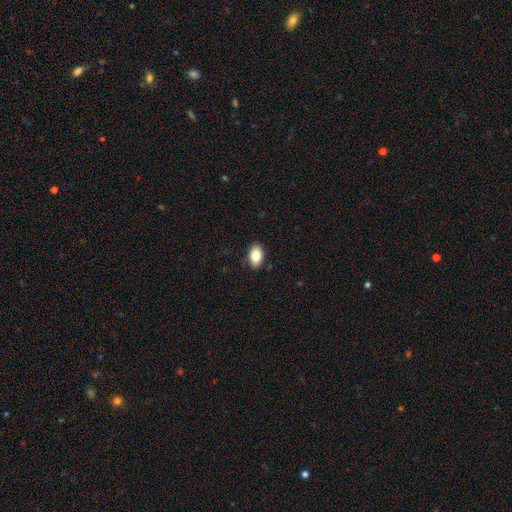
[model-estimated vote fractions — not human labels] Q: Smooth or featured?
A: smooth (83%); runner-up: featured or disk (9%)
Q: How rounded?
A: in between (91%); runner-up: round (7%)
Q: Merging?
A: none (89%); runner-up: minor disturbance (8%)